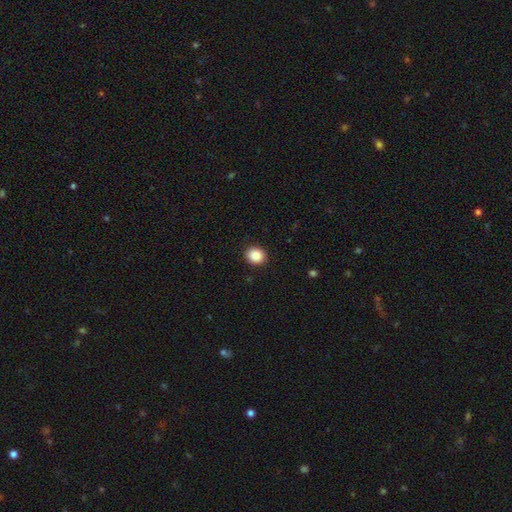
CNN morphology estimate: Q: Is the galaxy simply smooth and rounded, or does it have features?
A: smooth — 88%.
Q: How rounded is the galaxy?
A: round — 74%.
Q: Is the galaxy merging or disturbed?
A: none — 91%.